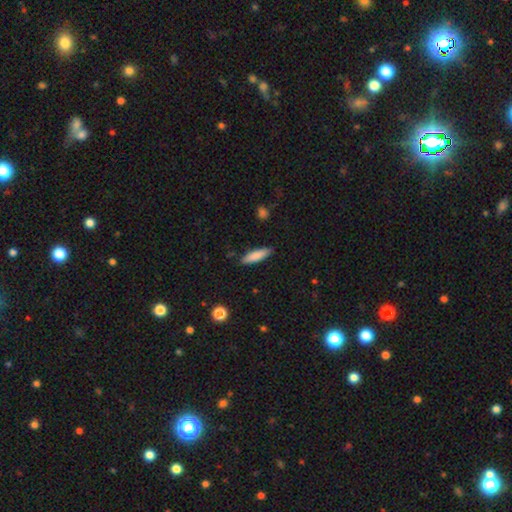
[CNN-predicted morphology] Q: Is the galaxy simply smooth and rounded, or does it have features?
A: smooth — 84%.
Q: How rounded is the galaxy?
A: cigar-shaped — 65%.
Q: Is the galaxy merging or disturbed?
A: none — 85%.